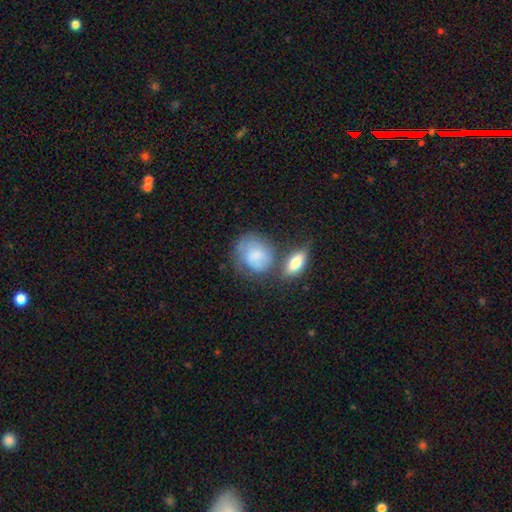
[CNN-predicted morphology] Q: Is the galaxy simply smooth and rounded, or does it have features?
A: smooth — 61%.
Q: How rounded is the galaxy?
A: round — 54%.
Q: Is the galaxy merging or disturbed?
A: none — 45%.